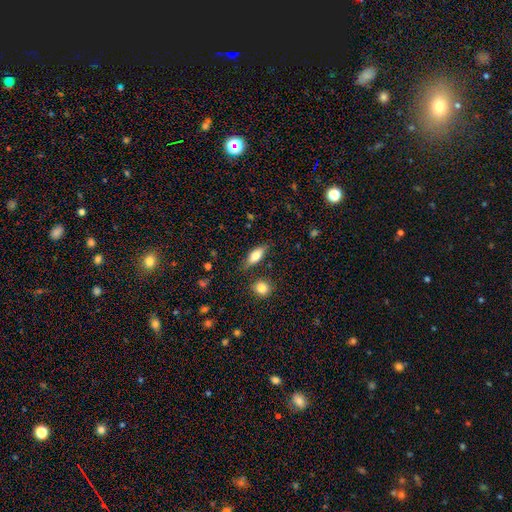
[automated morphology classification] Smooth or featured? Predicted: smooth (p=0.72). How rounded? Predicted: in between (p=0.72). Merging? Predicted: none (p=0.77).